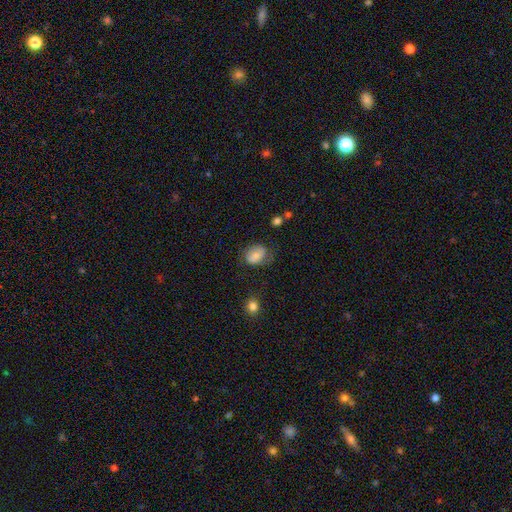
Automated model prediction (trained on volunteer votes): smooth-or-featured: smooth: 76% | featured or disk: 16% | star or artifact: 8%
  how-rounded: in between: 68% | round: 31% | cigar-shaped: 1%
  merging: none: 59% | minor disturbance: 26% | major disturbance: 13% | merger: 2%